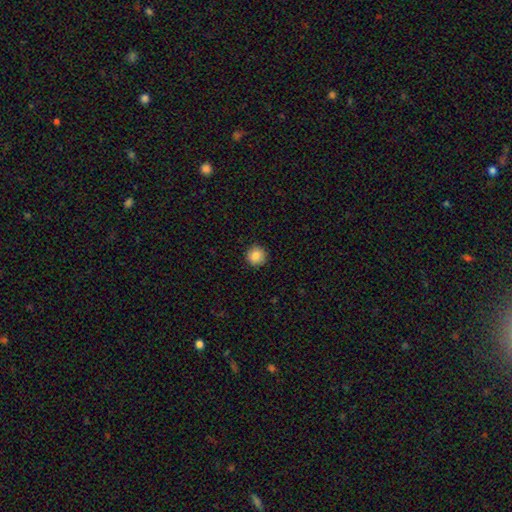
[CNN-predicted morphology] Smooth or featured? smooth (86%)
How rounded? round (95%)
Merging? none (92%)